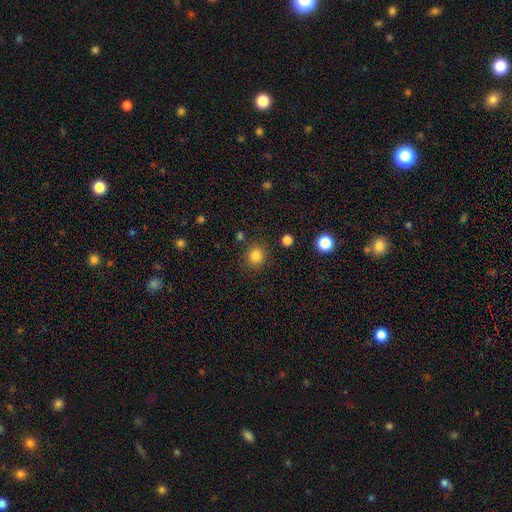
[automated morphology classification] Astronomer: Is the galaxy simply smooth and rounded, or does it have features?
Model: smooth — 83%.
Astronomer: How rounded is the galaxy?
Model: round — 89%.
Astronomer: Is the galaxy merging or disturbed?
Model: none — 87%.